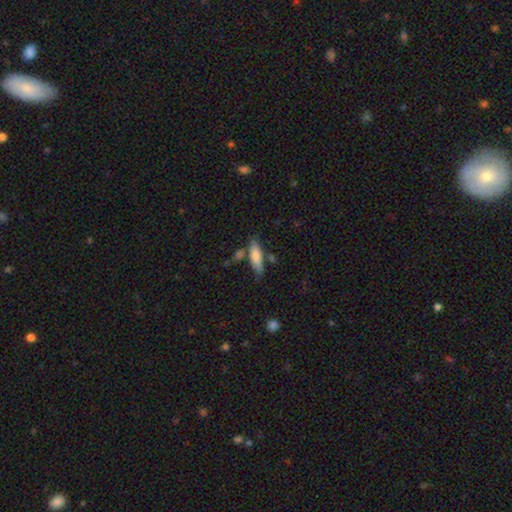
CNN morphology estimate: Overall: smooth (77%). How rounded: cigar-shaped (53%; in between 45%). Merging: none (65%).